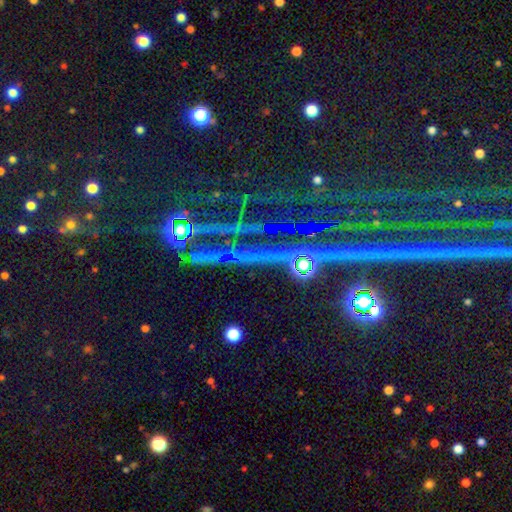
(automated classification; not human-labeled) Smooth or featured? Predicted: star or artifact (p=0.79).